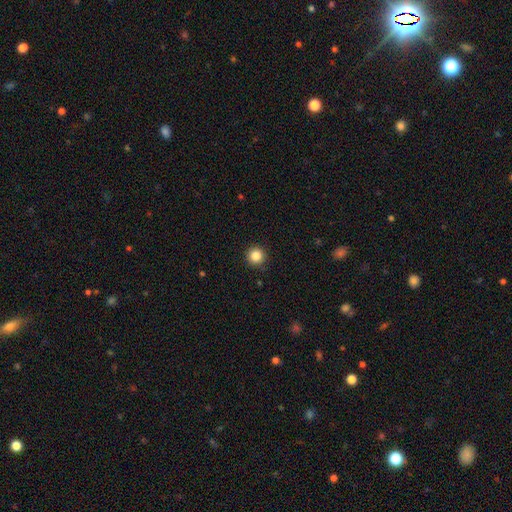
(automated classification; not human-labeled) Smooth or featured? smooth (86%)
How rounded? round (96%)
Merging? none (92%)